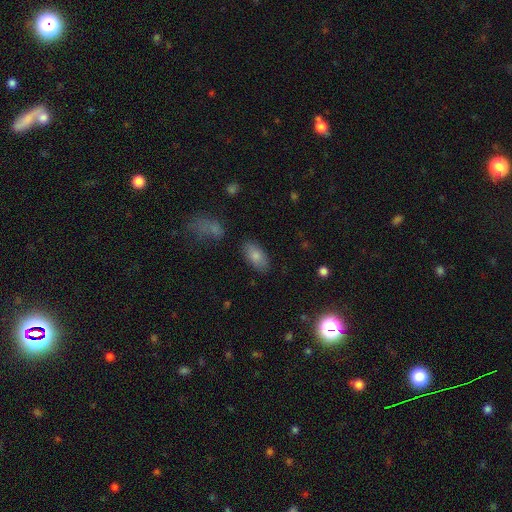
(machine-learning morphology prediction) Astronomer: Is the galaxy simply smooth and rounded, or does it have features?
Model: smooth — 82%.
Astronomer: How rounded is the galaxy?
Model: in between — 93%.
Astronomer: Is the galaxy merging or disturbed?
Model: none — 84%.